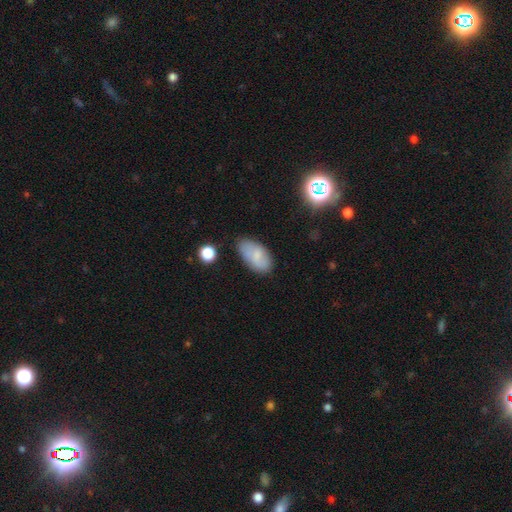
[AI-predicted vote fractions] Smooth or featured? smooth (71%)
How rounded? in between (93%)
Merging? none (72%)